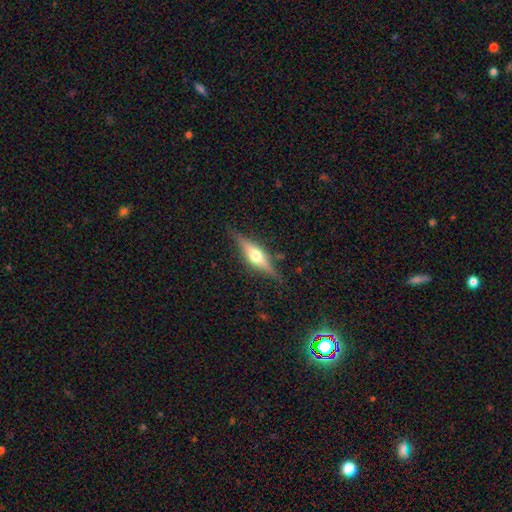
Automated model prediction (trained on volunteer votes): This is likely a featured or disk galaxy (72%). It is clearly viewed edge-on (96%). Edge-on bulge: clearly rounded (92%). Merging: clearly none (86%).